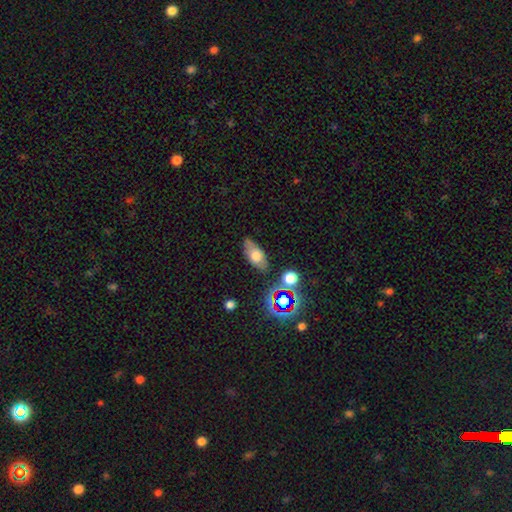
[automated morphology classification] Smooth or featured: smooth — 62% (featured or disk — 26%)
How rounded: in between — 85% (cigar-shaped — 9%)
Merging: none — 77% (minor disturbance — 16%)